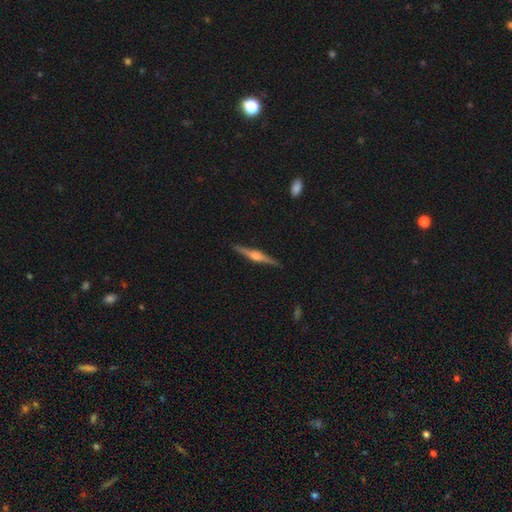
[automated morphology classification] Smooth or featured? Predicted: featured or disk (p=0.81). Edge-on disk? Predicted: yes (p=0.98). Edge-on bulge? Predicted: rounded (p=0.88). Merging? Predicted: none (p=0.91).